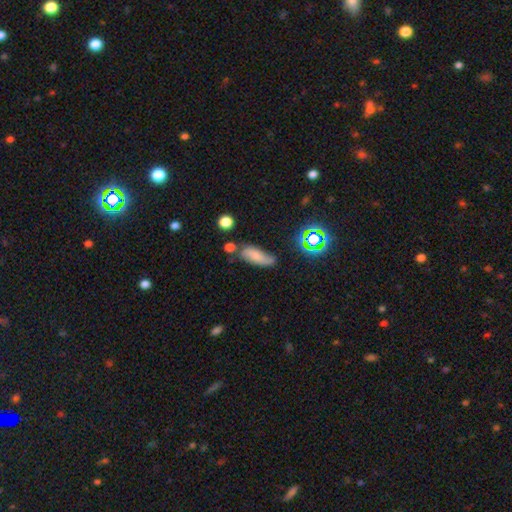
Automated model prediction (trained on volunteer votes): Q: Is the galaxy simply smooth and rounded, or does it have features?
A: smooth — 65%.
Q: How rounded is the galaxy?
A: in between — 66%.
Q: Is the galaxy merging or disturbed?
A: none — 53%.